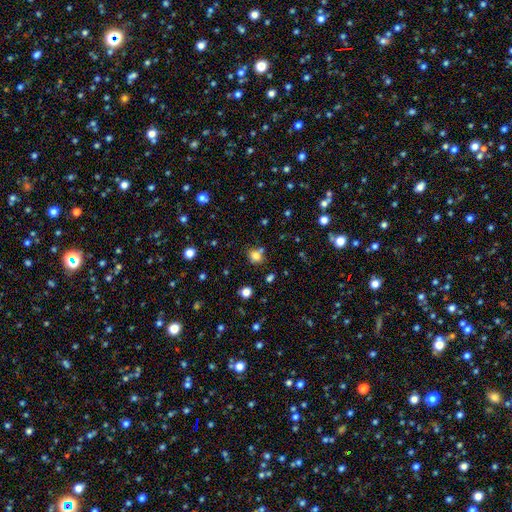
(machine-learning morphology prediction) Smooth or featured? smooth (75%)
How rounded? round (68%)
Merging? none (65%)